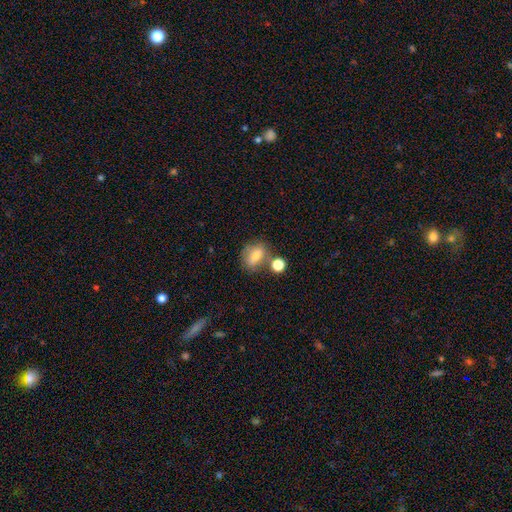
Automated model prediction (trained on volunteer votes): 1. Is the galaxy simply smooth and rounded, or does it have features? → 71% smooth, 18% featured or disk, 11% star or artifact.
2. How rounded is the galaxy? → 64% in between, 32% round, 4% cigar-shaped.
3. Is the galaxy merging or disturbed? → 53% none, 23% merger, 17% minor disturbance, 7% major disturbance.